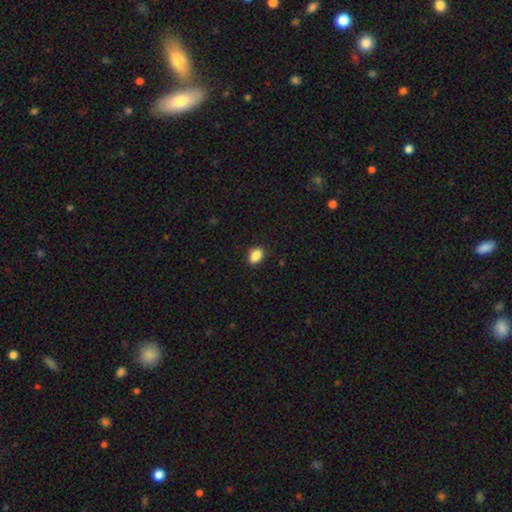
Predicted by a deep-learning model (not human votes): A smooth galaxy with no disk features (88%) that is in between round and cigar-shaped (83%).

Vote fractions:
- Smooth or featured? smooth: 88% / star or artifact: 8% / featured or disk: 4%
- How rounded? in between: 83% / round: 16% / cigar-shaped: 2%
- Merging? none: 88% / minor disturbance: 9% / major disturbance: 2% / merger: 1%